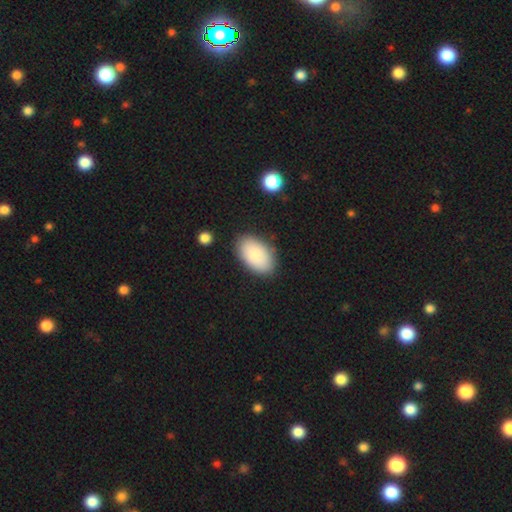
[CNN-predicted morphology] A smooth galaxy with no disk features (84%) that is in between round and cigar-shaped (94%).

Vote fractions:
- Smooth or featured? smooth: 84% / featured or disk: 10% / star or artifact: 6%
- How rounded? in between: 94% / round: 5% / cigar-shaped: 1%
- Merging? none: 85% / minor disturbance: 11% / major disturbance: 3% / merger: 2%